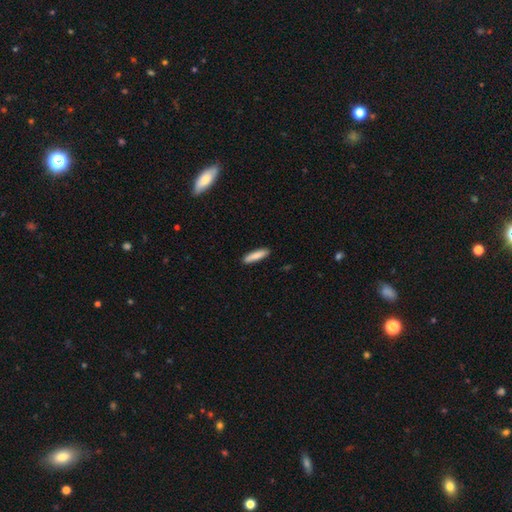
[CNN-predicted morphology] Smooth or featured? Predicted: smooth (p=0.85). How rounded? Predicted: cigar-shaped (p=0.78). Merging? Predicted: none (p=0.89).